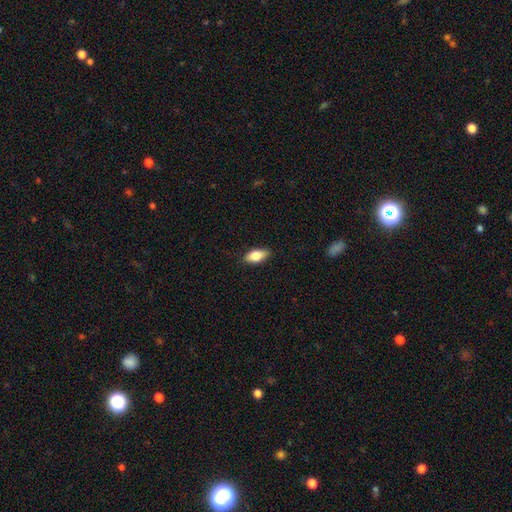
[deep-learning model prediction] The model was most divided on "smooth or featured": smooth: 76%, featured or disk: 17%, star or artifact: 7%. More confident: merging — none (86%); how rounded — in between (86%).